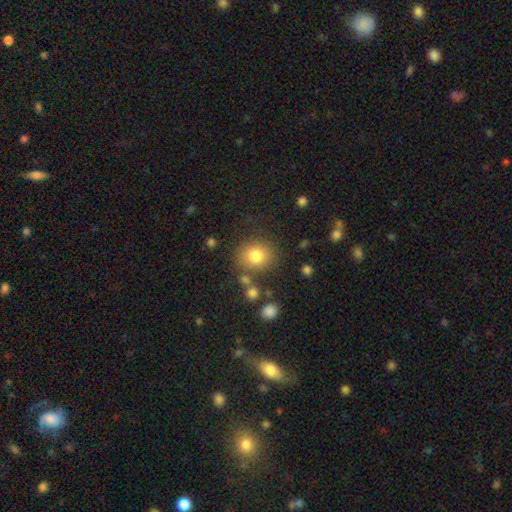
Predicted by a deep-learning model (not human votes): Smooth or featured? Predicted: smooth (p=0.79). How rounded? Predicted: round (p=0.78). Merging? Predicted: none (p=0.79).